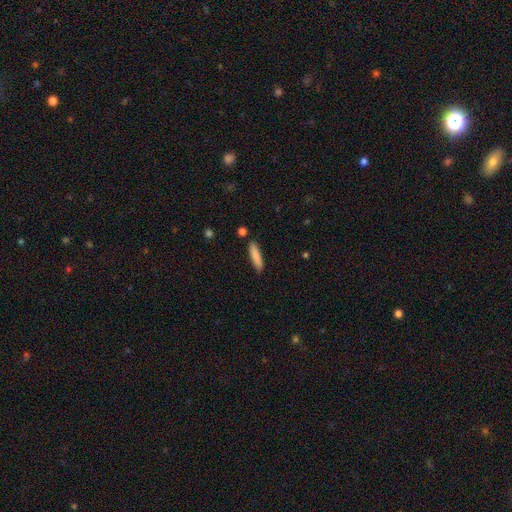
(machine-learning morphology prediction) smooth 83%, featured or disk 10%, star or artifact 6%. Down the decision tree: how rounded — cigar-shaped (83%); merging — none (85%).